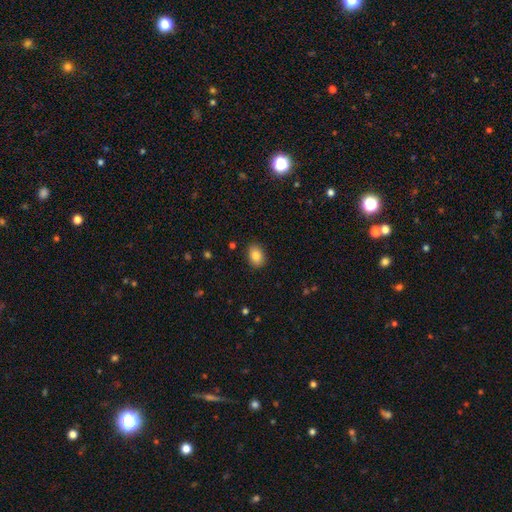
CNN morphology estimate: Smooth or featured?
  - smooth: 86% *
  - star or artifact: 8%
  - featured or disk: 6%
How rounded?
  - in between: 77% *
  - round: 22%
  - cigar-shaped: 1%
Merging?
  - none: 87% *
  - minor disturbance: 10%
  - major disturbance: 2%
  - merger: 1%